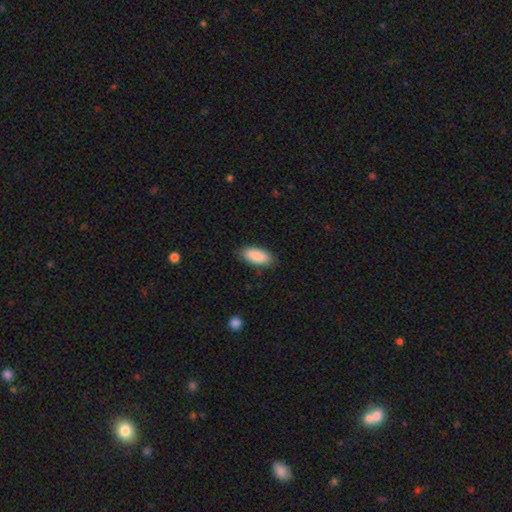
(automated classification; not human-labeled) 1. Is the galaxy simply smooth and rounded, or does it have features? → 90% smooth, 6% star or artifact, 4% featured or disk.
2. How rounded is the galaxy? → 84% in between, 14% cigar-shaped, 2% round.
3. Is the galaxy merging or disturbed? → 86% none, 10% minor disturbance, 2% major disturbance, 1% merger.